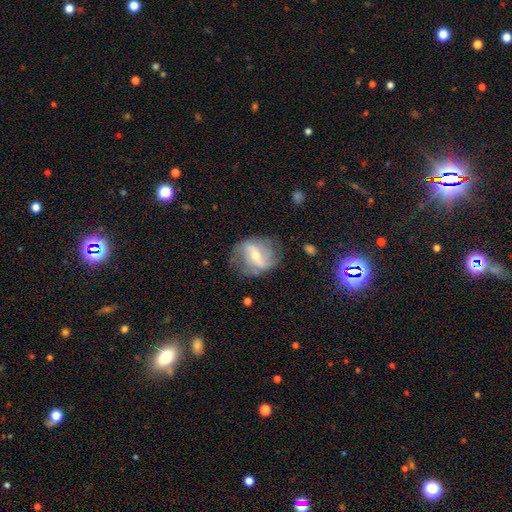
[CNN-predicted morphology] Smooth or featured? Predicted: featured or disk (p=0.75). Edge-on disk? Predicted: no (p=0.95). Bar? Predicted: weak (p=0.42). Spiral arms? Predicted: yes (p=0.81). Spiral winding? Predicted: loose (p=0.52). Spiral arm count? Predicted: 2 (p=0.77). Bulge size? Predicted: moderate (p=0.53). Merging? Predicted: none (p=0.69).